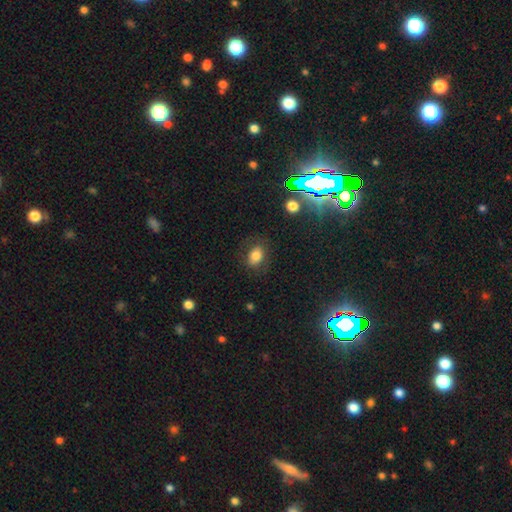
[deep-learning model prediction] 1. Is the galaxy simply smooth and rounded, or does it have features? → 76% smooth, 12% featured or disk, 12% star or artifact.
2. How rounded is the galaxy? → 74% in between, 24% round, 1% cigar-shaped.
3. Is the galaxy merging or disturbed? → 76% none, 15% minor disturbance, 7% major disturbance, 1% merger.